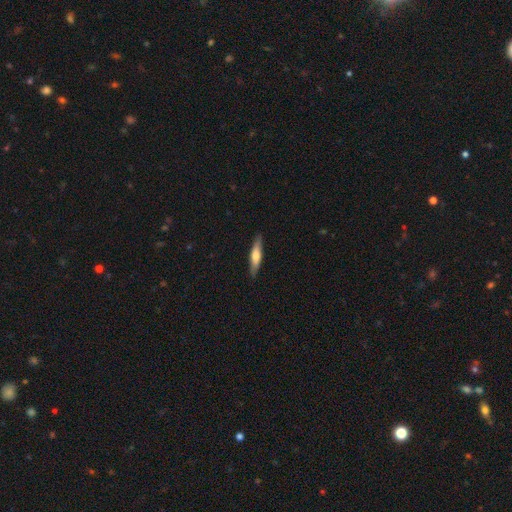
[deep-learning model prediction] Morphology: type=smooth (58%); roundness=cigar-shaped (81%); merging=none (86%).